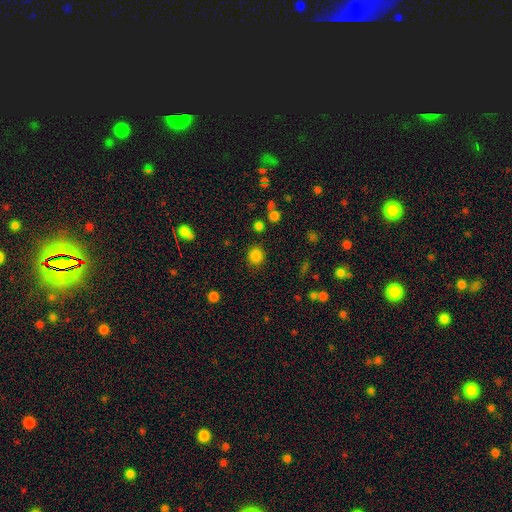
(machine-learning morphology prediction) smooth 83%, star or artifact 13%, featured or disk 4%. Down the decision tree: how rounded — round (85%); merging — none (86%).